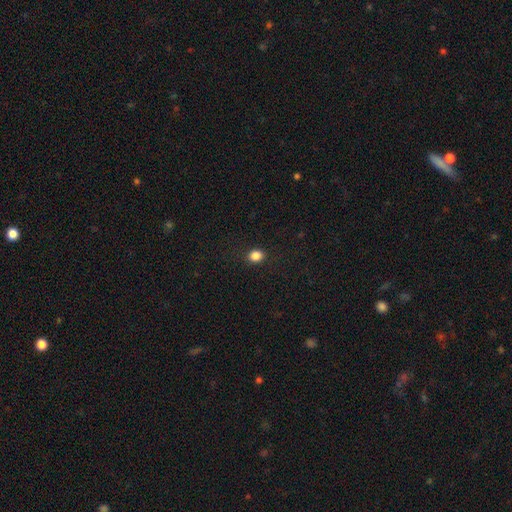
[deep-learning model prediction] Overall: smooth (85%). How rounded: round (58%; in between 41%). Merging: none (90%).